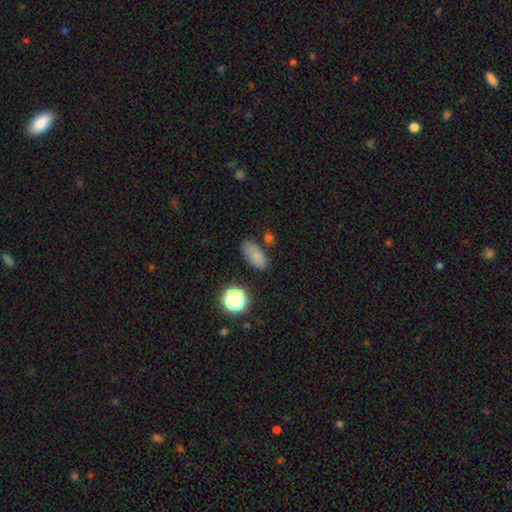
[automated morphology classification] Smooth or featured? smooth (79%)
How rounded? in between (84%)
Merging? none (77%)